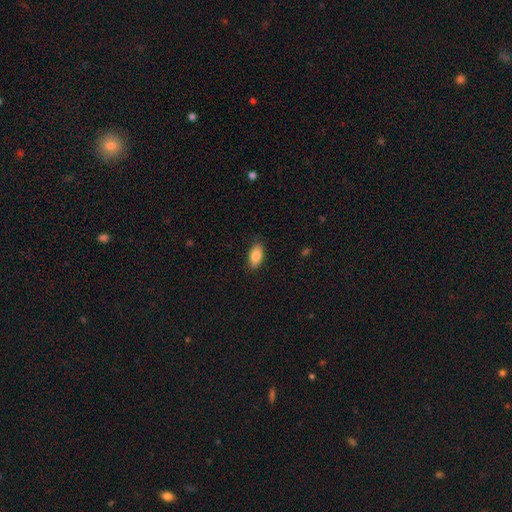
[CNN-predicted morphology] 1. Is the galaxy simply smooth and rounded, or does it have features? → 85% smooth, 8% featured or disk, 7% star or artifact.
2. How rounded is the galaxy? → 90% in between, 6% cigar-shaped, 4% round.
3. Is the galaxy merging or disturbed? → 84% none, 12% minor disturbance, 2% major disturbance, 1% merger.